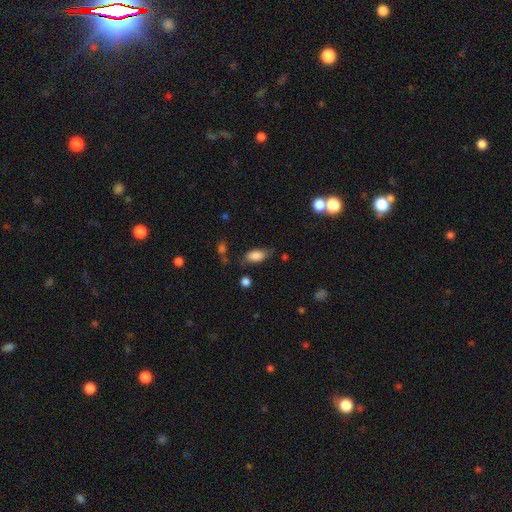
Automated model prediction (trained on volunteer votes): Smooth or featured? Predicted: smooth (p=0.81). How rounded? Predicted: in between (p=0.89). Merging? Predicted: none (p=0.62).